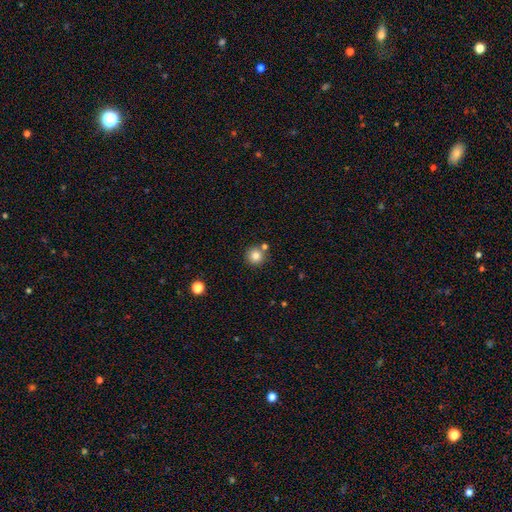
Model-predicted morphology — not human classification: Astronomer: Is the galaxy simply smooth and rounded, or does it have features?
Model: smooth — 81%.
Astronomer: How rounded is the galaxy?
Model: round — 94%.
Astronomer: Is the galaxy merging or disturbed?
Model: none — 76%.